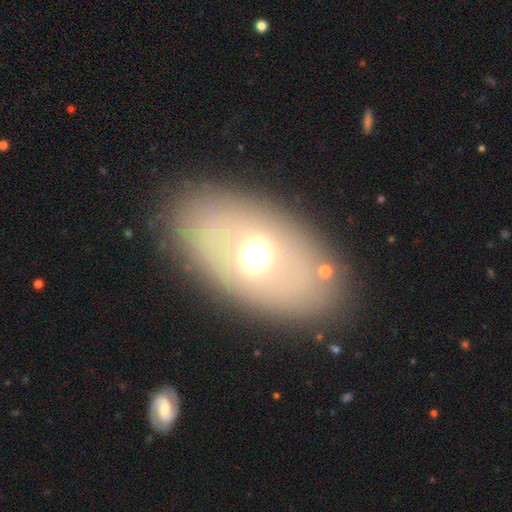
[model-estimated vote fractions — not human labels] A smooth galaxy with no disk features (50%).

Vote fractions:
- Smooth or featured? smooth: 50% / featured or disk: 38% / star or artifact: 12%
- Merging? none: 83% / minor disturbance: 9% / major disturbance: 5% / merger: 2%